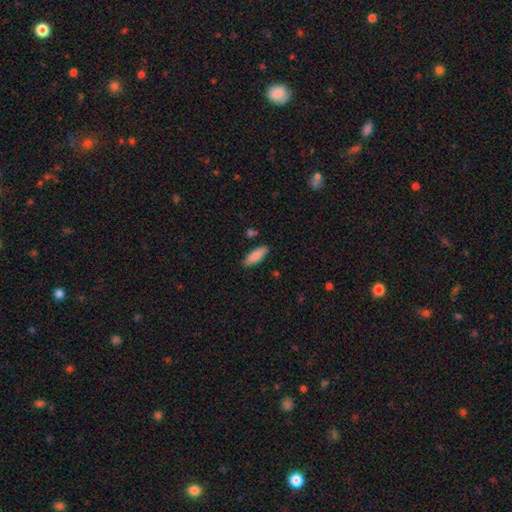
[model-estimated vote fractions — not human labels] A smooth galaxy with no disk features (86%) that is in between round and cigar-shaped (62%). Merging: none (85%).